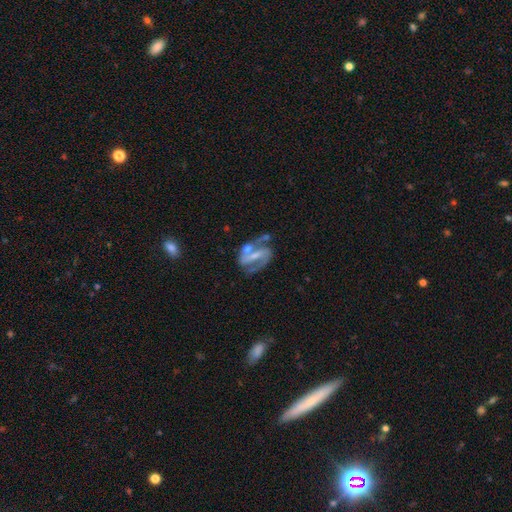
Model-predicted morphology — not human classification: Smooth or featured: featured or disk — 83% (smooth — 11%)
Edge-on disk: no — 96% (yes — 4%)
Bar: strong — 55% (weak — 31%)
Spiral arms: yes — 91% (no — 9%)
Spiral winding: medium — 53% (loose — 26%)
Spiral arm count: 2 — 88% (can't tell — 5%)
Bulge size: small — 44% (moderate — 35%)
Merging: none — 50% (minor disturbance — 18%)